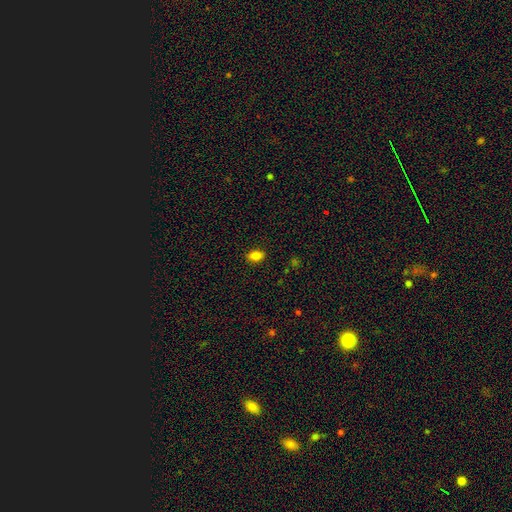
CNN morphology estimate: This is clearly a smooth galaxy (84%). How rounded: clearly in between (85%). Merging: clearly none (88%).